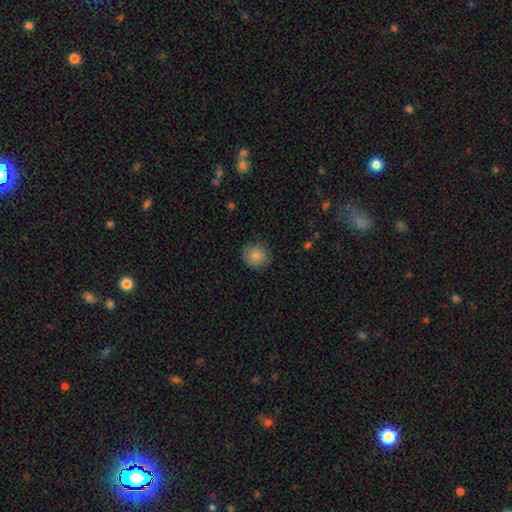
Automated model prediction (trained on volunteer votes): Smooth or featured: smooth — 87% (star or artifact — 9%)
How rounded: round — 88% (in between — 11%)
Merging: none — 87% (minor disturbance — 10%)